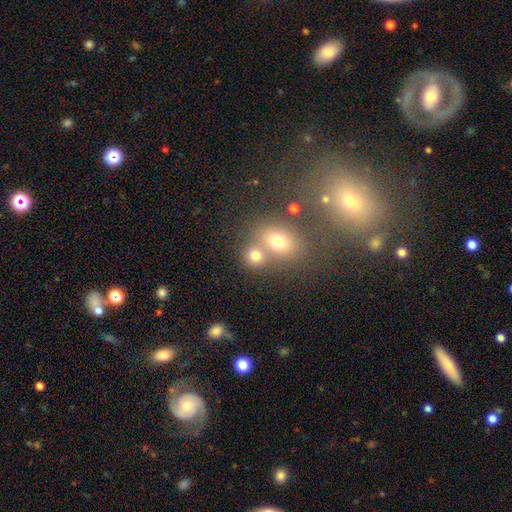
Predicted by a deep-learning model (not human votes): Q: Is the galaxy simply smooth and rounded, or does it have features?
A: smooth — 72%.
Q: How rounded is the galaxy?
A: round — 74%.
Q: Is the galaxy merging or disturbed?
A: none — 49%.